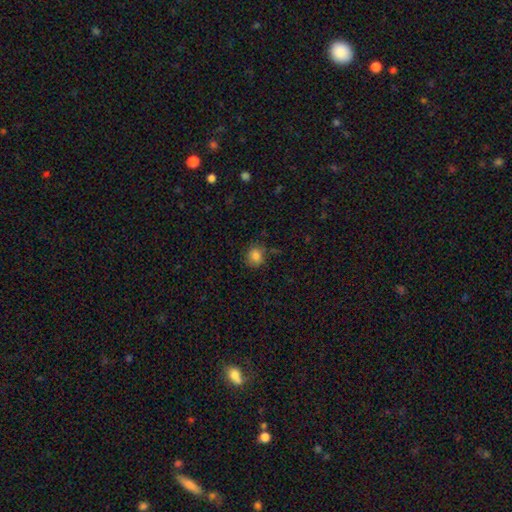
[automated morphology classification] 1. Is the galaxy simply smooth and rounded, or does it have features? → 82% smooth, 12% star or artifact, 6% featured or disk.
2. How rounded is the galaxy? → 73% round, 26% in between, 1% cigar-shaped.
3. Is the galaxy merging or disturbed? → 77% none, 16% minor disturbance, 4% major disturbance, 3% merger.